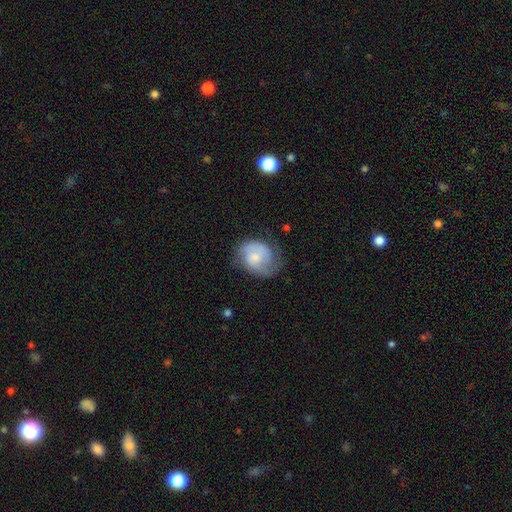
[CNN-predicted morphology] Smooth or featured? Predicted: featured or disk (p=0.50). Edge-on disk? Predicted: no (p=0.97). Merging? Predicted: none (p=0.54).